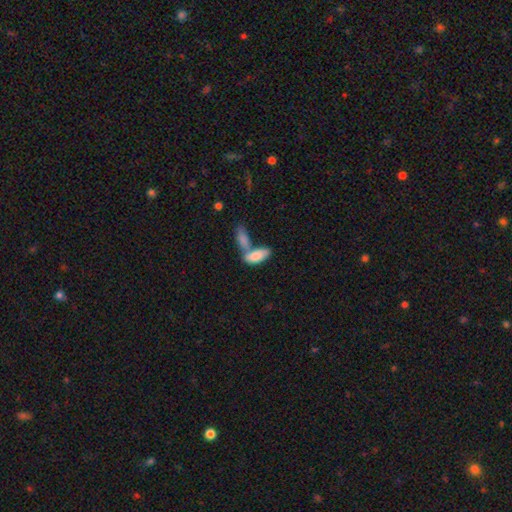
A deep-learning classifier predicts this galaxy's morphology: A smooth galaxy with no disk features (82%) that is in between round and cigar-shaped (84%).

Vote fractions:
- Smooth or featured? smooth: 82% / featured or disk: 12% / star or artifact: 6%
- How rounded? in between: 84% / cigar-shaped: 14% / round: 2%
- Merging? merger: 57% / none: 29% / minor disturbance: 9% / major disturbance: 4%